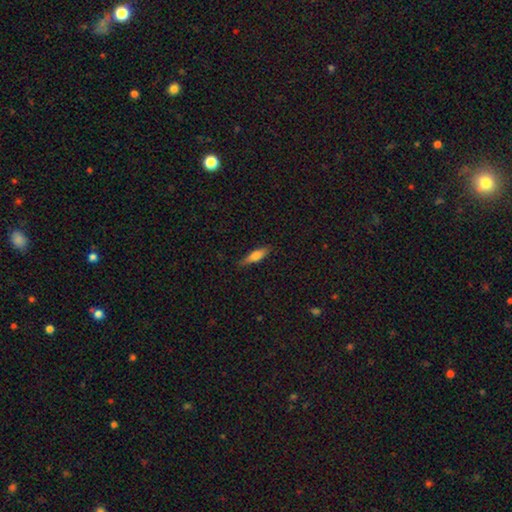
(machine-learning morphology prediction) smooth-or-featured: smooth: 65% | featured or disk: 28% | star or artifact: 7%
  how-rounded: cigar-shaped: 61% | in between: 36% | round: 2%
  merging: none: 82% | minor disturbance: 14% | major disturbance: 3% | merger: 1%